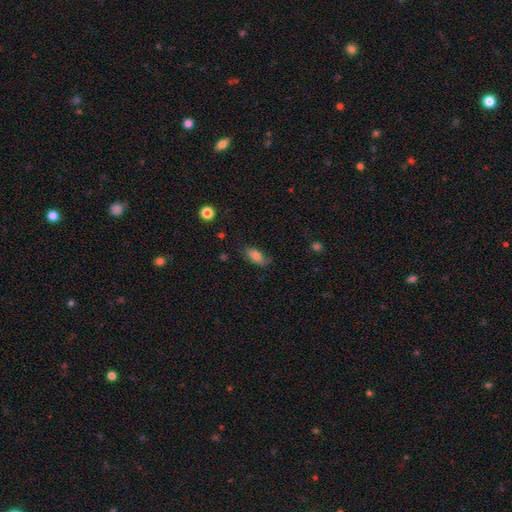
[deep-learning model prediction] Q: Smooth or featured?
A: smooth (79%); runner-up: featured or disk (12%)
Q: How rounded?
A: in between (87%); runner-up: cigar-shaped (9%)
Q: Merging?
A: none (67%); runner-up: minor disturbance (24%)